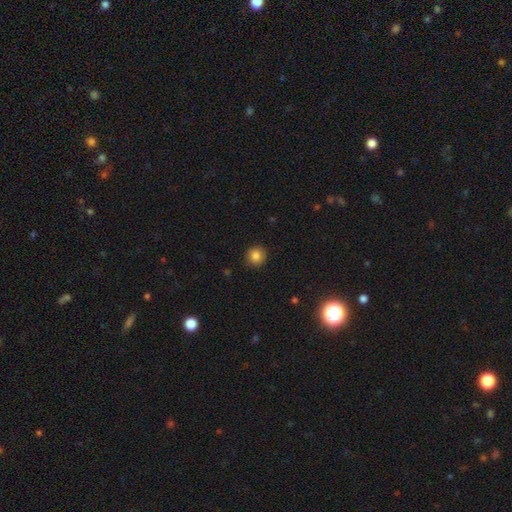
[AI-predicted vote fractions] Smooth or featured? smooth (84%)
How rounded? round (92%)
Merging? none (90%)